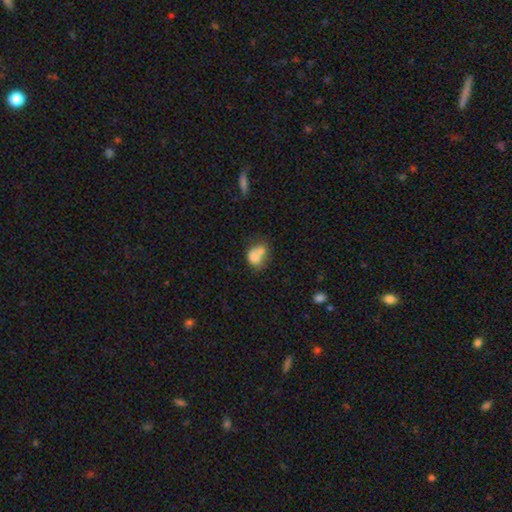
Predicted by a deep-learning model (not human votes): Q: Smooth or featured?
A: smooth (70%); runner-up: featured or disk (20%)
Q: How rounded?
A: in between (51%); runner-up: round (48%)
Q: Merging?
A: merger (55%); runner-up: none (25%)